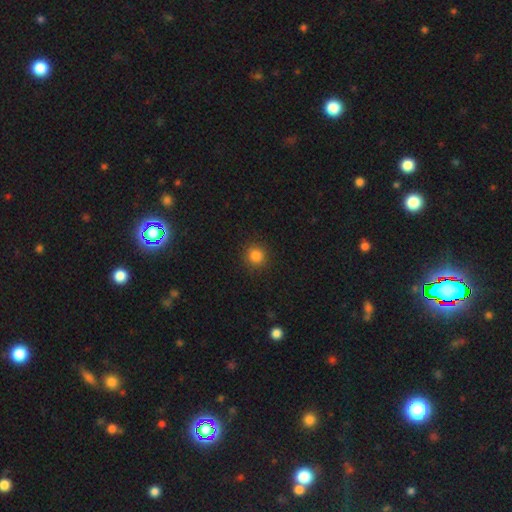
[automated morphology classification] Smooth or featured? Predicted: smooth (p=0.84). How rounded? Predicted: round (p=0.94). Merging? Predicted: none (p=0.91).